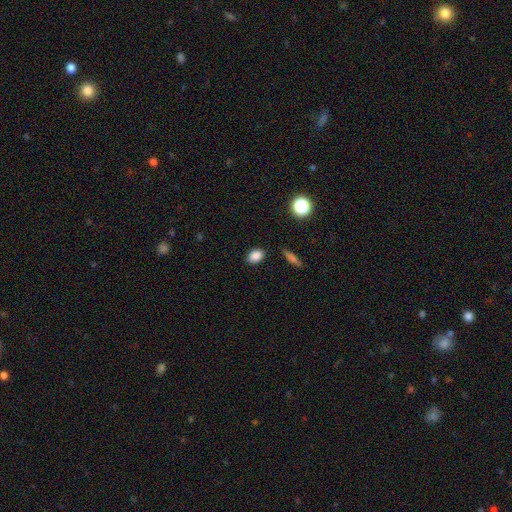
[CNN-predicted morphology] smooth-or-featured: smooth: 86% | star or artifact: 10% | featured or disk: 4%
  how-rounded: in between: 75% | round: 23% | cigar-shaped: 2%
  merging: none: 85% | minor disturbance: 11% | major disturbance: 2% | merger: 2%